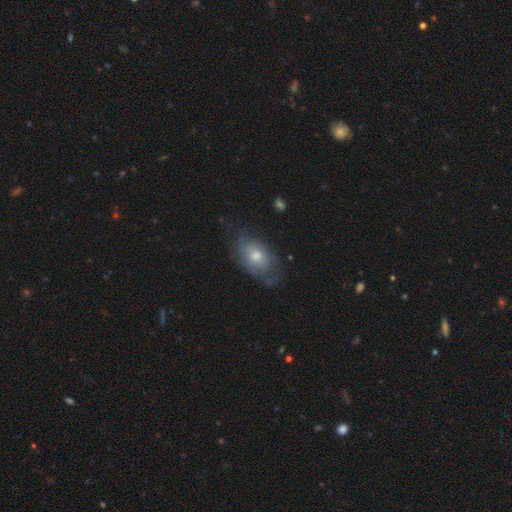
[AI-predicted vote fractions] smooth_or_featured: smooth (p=0.51) [alt: featured or disk p=0.40]
how_rounded: in between (p=0.85) [alt: round p=0.13]
merging: none (p=0.60) [alt: minor disturbance p=0.27]